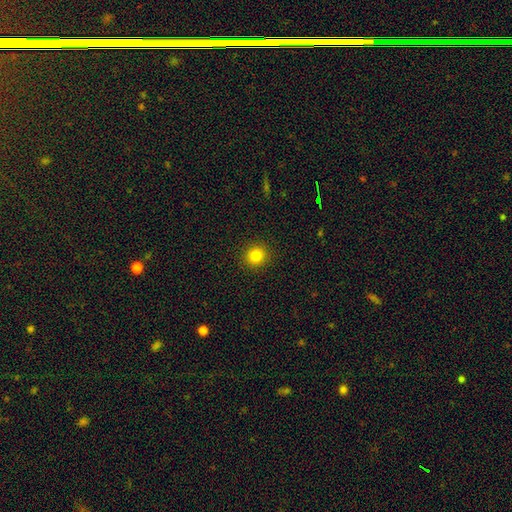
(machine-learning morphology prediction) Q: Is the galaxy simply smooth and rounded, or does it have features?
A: smooth — 83%.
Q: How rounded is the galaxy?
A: round — 92%.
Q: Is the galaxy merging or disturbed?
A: none — 92%.